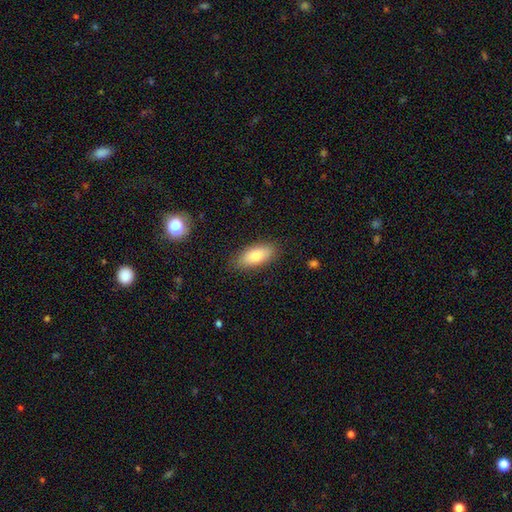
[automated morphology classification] smooth-or-featured: smooth: 79% | featured or disk: 15% | star or artifact: 7%
  how-rounded: in between: 86% | cigar-shaped: 11% | round: 3%
  merging: none: 86% | minor disturbance: 11% | major disturbance: 2% | merger: 1%